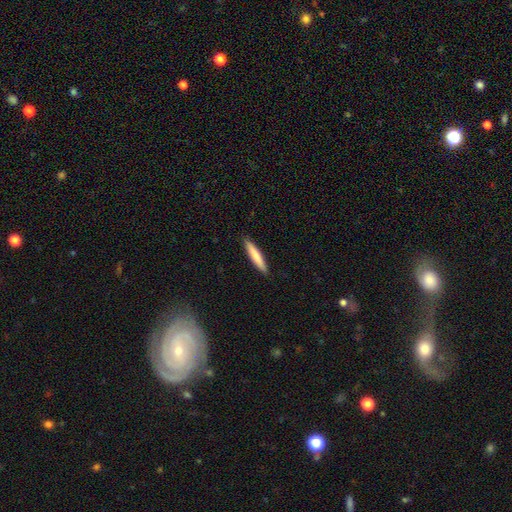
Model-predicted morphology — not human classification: Q: Smooth or featured?
A: smooth (76%); runner-up: featured or disk (19%)
Q: How rounded?
A: cigar-shaped (92%); runner-up: in between (7%)
Q: Merging?
A: none (91%); runner-up: minor disturbance (7%)